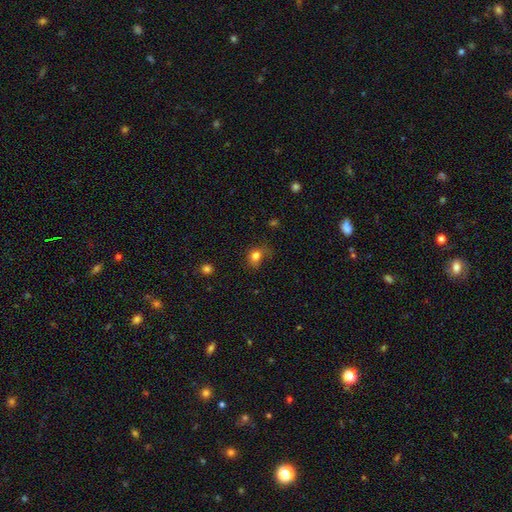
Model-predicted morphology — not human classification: smooth 80%, star or artifact 12%, featured or disk 8%. Down the decision tree: how rounded — round (53%); merging — none (51%).